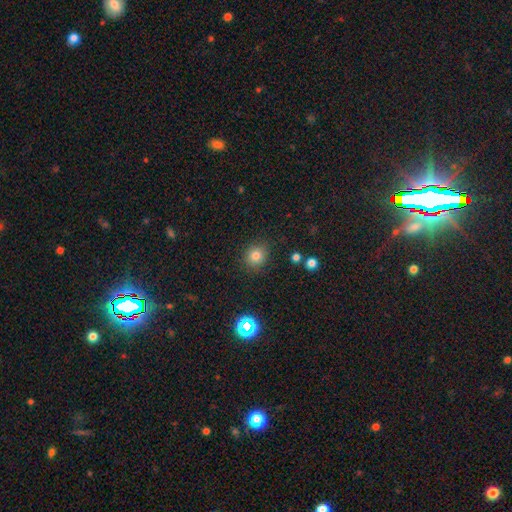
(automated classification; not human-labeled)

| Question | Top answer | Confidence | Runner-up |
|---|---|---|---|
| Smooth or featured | smooth | 79% | star or artifact (14%) |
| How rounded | round | 83% | in between (16%) |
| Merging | none | 86% | minor disturbance (9%) |